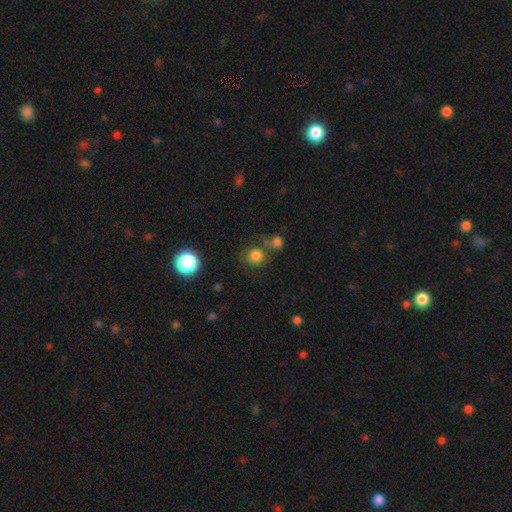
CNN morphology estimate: Smooth or featured? Predicted: smooth (p=0.79). How rounded? Predicted: round (p=0.89). Merging? Predicted: none (p=0.60).